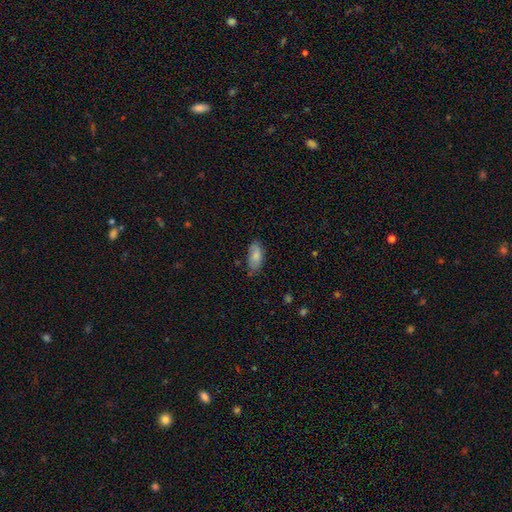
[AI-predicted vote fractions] smooth_or_featured: smooth (p=0.81) [alt: featured or disk p=0.13]
how_rounded: in between (p=0.88) [alt: cigar-shaped p=0.09]
merging: none (p=0.73) [alt: minor disturbance p=0.21]